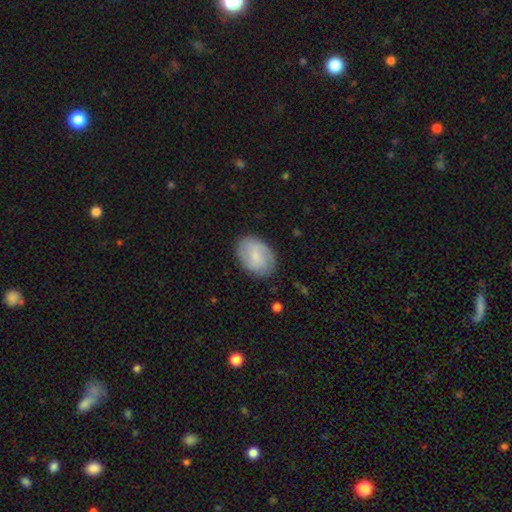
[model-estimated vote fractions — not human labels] Smooth or featured? Predicted: smooth (p=0.65). How rounded? Predicted: in between (p=0.82). Merging? Predicted: none (p=0.81).